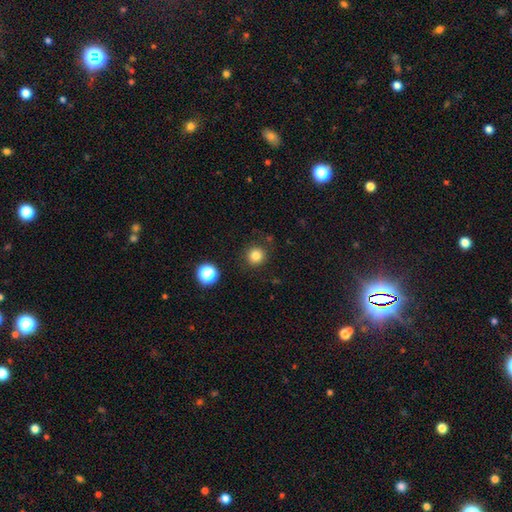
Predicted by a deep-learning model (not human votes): Morphology: type=smooth (82%); roundness=round (94%); merging=none (88%).